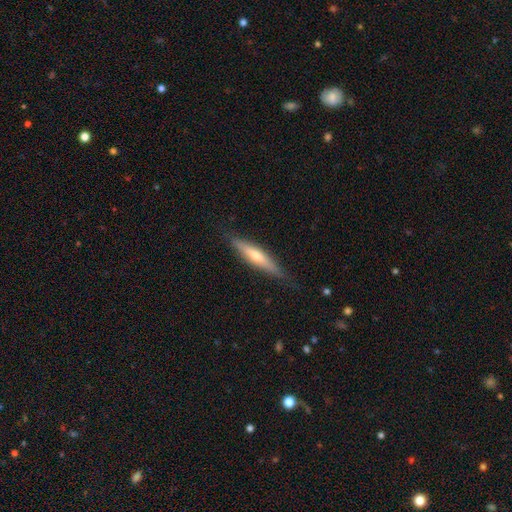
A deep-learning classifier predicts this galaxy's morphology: Smooth or featured? Predicted: featured or disk (p=0.48). Merging? Predicted: none (p=0.82).